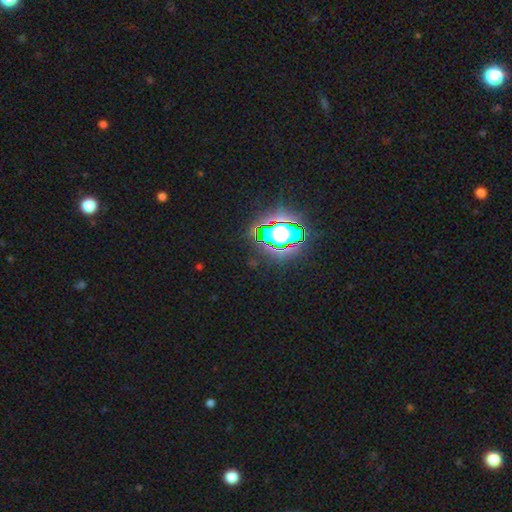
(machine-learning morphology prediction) This appears to be a star or artifact, not a galaxy (83%).